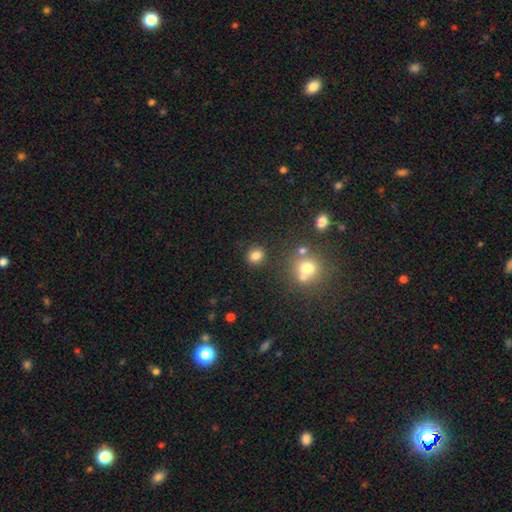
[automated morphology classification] This is clearly a smooth galaxy (81%). How rounded: likely round (78%). Merging: clearly none (84%).